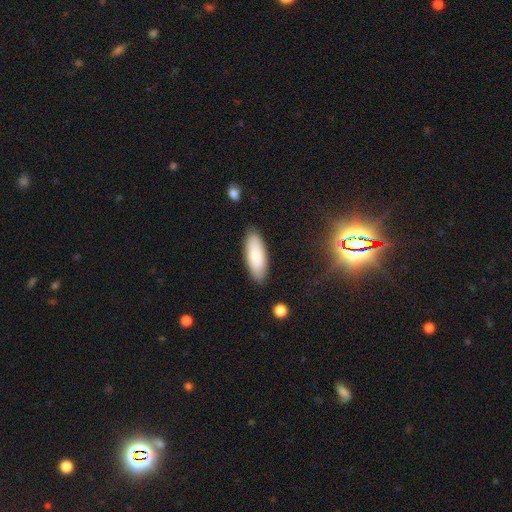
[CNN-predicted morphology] Smooth or featured: smooth — 83% (featured or disk — 11%)
How rounded: in between — 70% (cigar-shaped — 28%)
Merging: none — 86% (minor disturbance — 11%)